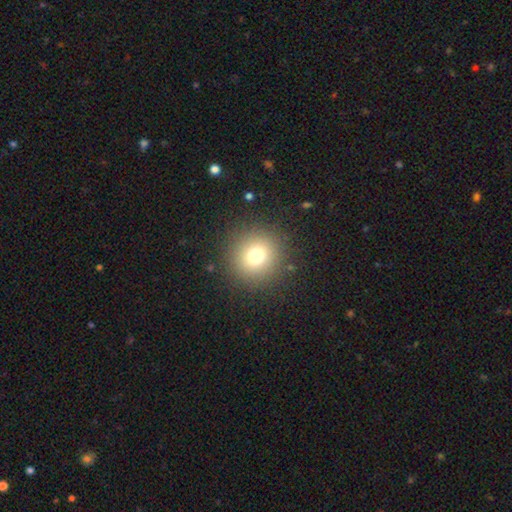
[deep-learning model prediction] A smooth galaxy with no disk features (73%) that is round (93%).

Vote fractions:
- Smooth or featured? smooth: 73% / star or artifact: 16% / featured or disk: 10%
- How rounded? round: 93% / in between: 6% / cigar-shaped: 1%
- Merging? none: 89% / minor disturbance: 6% / major disturbance: 4% / merger: 1%